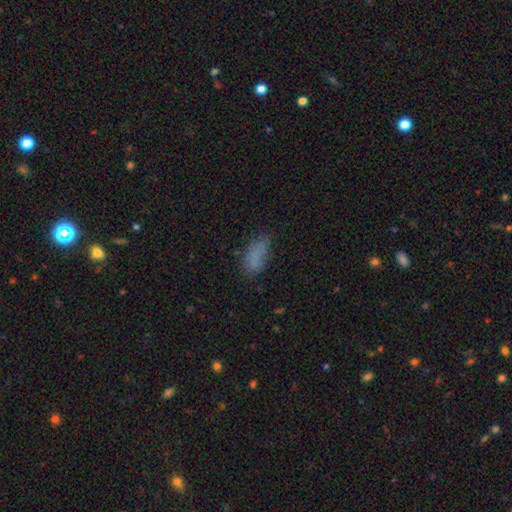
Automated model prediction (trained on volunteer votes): Smooth or featured? Predicted: smooth (p=0.77). How rounded? Predicted: in between (p=0.86). Merging? Predicted: none (p=0.61).